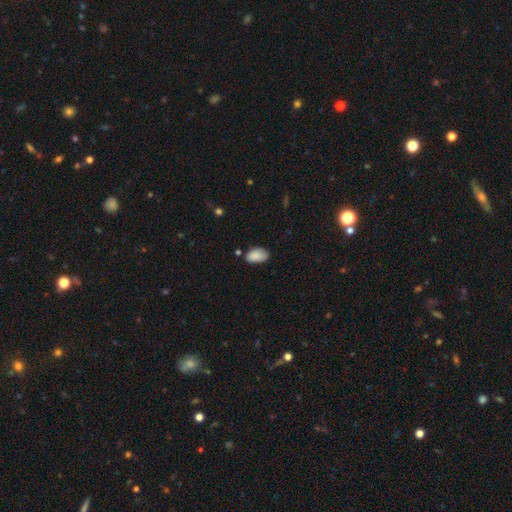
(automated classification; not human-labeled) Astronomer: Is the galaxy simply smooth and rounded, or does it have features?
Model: smooth — 87%.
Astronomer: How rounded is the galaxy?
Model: in between — 94%.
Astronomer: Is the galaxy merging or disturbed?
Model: none — 65%.